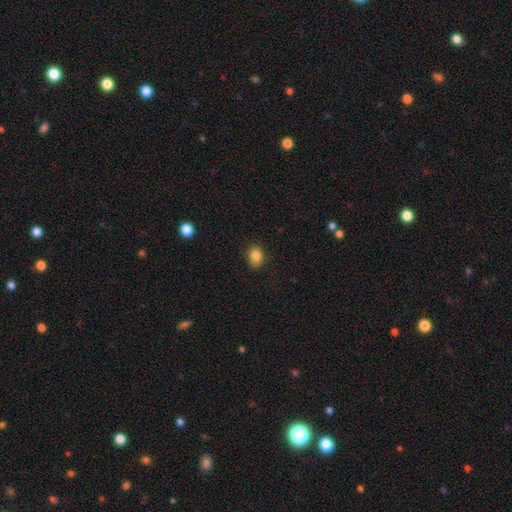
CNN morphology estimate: type=smooth (85%); roundness=in between (58%); merging=none (82%).